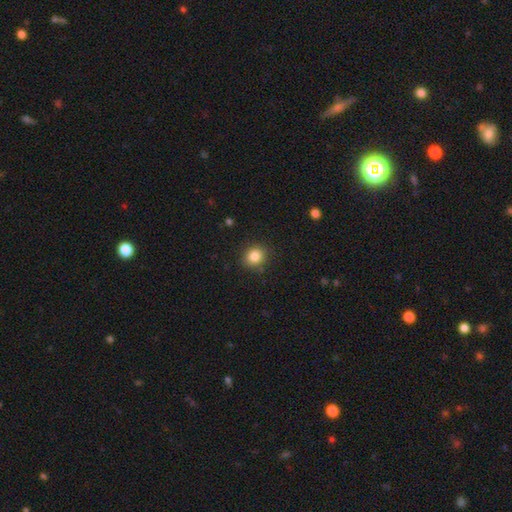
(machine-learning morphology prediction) This appears to be a smooth galaxy with no disk features (84%) that is round (80%). Merging: none (87%).